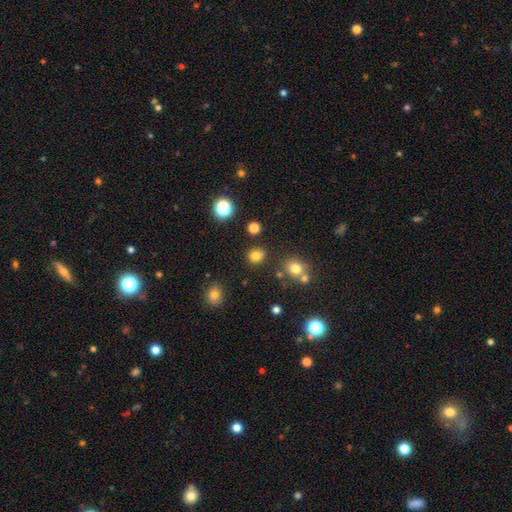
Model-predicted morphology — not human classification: smooth_or_featured: smooth (p=0.78) [alt: star or artifact p=0.16]
how_rounded: round (p=0.86) [alt: in between p=0.13]
merging: none (p=0.83) [alt: minor disturbance p=0.09]